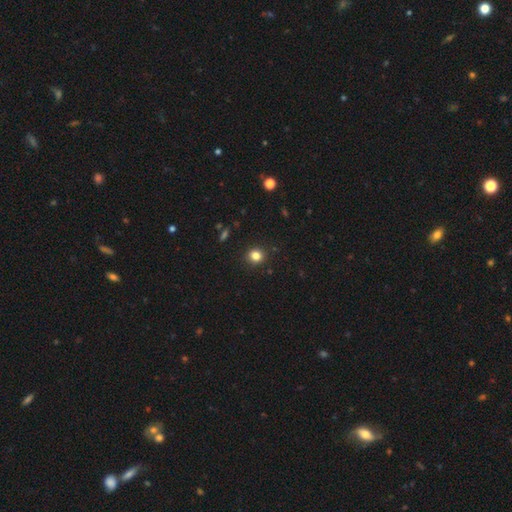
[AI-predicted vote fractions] smooth 82%, star or artifact 13%, featured or disk 5%. Down the decision tree: how rounded — round (87%); merging — none (92%).